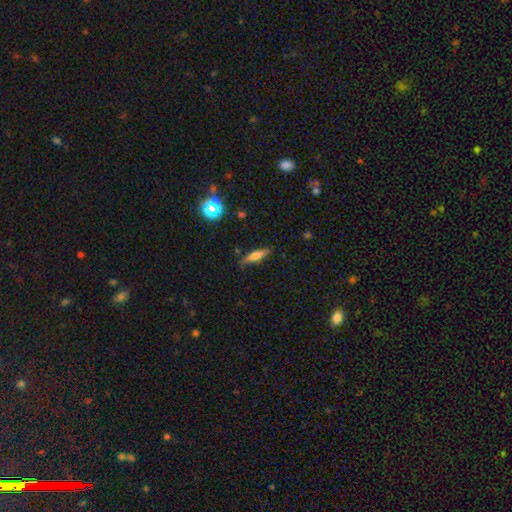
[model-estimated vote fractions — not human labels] Smooth or featured? smooth (58%)
How rounded? cigar-shaped (76%)
Merging? none (84%)